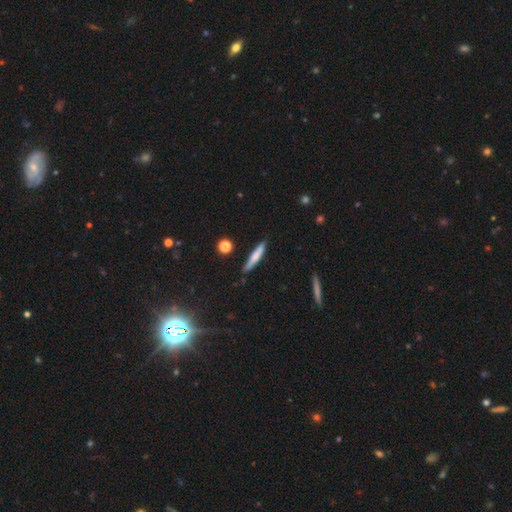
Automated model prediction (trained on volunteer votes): Overall: smooth (67%). How rounded: cigar-shaped (91%). Merging: none (84%).